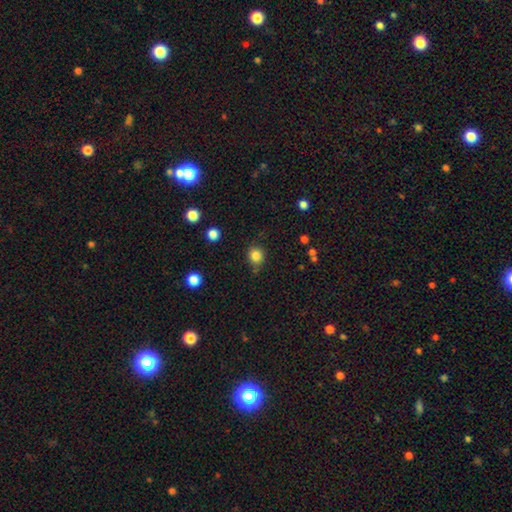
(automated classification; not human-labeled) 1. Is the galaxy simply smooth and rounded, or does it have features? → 84% smooth, 12% star or artifact, 4% featured or disk.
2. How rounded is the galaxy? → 82% round, 17% in between, 1% cigar-shaped.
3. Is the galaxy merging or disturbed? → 77% none, 15% minor disturbance, 4% major disturbance, 4% merger.